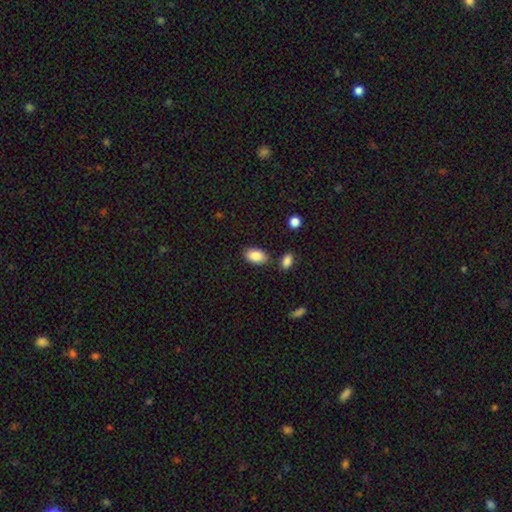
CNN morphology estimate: Smooth or featured? smooth (87%)
How rounded? in between (92%)
Merging? none (81%)